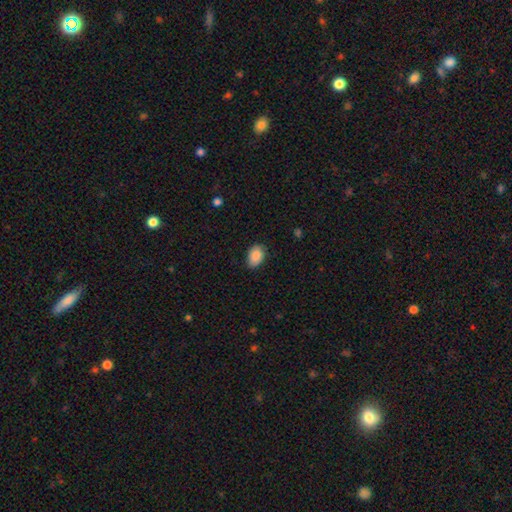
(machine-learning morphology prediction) smooth_or_featured: smooth (p=0.89) [alt: star or artifact p=0.07]
how_rounded: in between (p=0.84) [alt: round p=0.15]
merging: none (p=0.78) [alt: minor disturbance p=0.18]